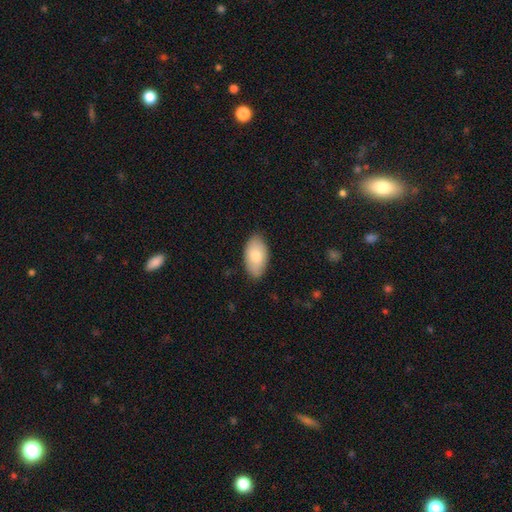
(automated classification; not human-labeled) Smooth or featured?
  - smooth: 78% *
  - featured or disk: 16%
  - star or artifact: 6%
How rounded?
  - in between: 95% *
  - round: 4%
  - cigar-shaped: 2%
Merging?
  - none: 83% *
  - minor disturbance: 14%
  - major disturbance: 2%
  - merger: 1%